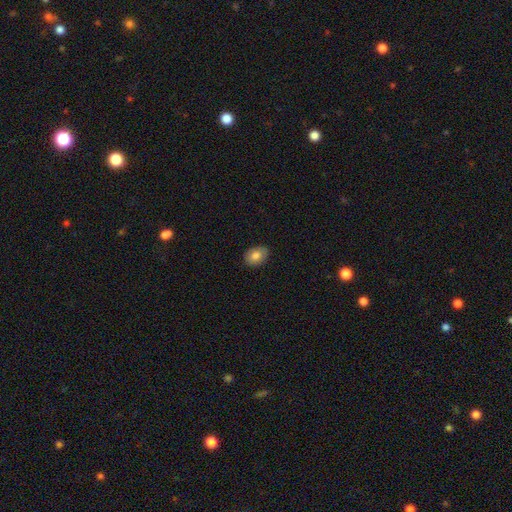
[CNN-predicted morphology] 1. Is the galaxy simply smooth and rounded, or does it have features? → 79% smooth, 13% featured or disk, 8% star or artifact.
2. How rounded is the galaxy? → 77% in between, 22% round, 1% cigar-shaped.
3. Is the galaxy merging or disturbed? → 83% none, 14% minor disturbance, 2% major disturbance, 1% merger.